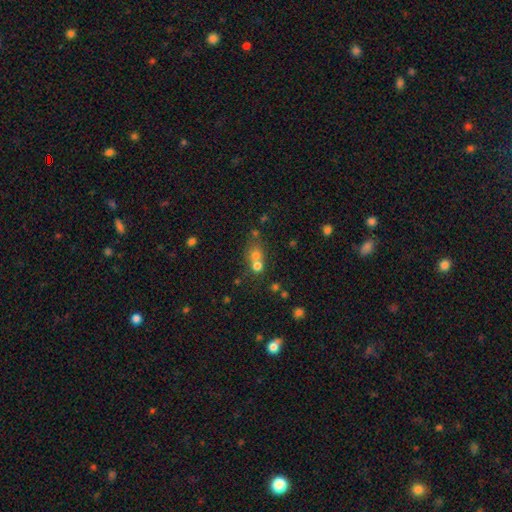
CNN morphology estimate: smooth-or-featured: smooth: 68% | star or artifact: 17% | featured or disk: 15%
  how-rounded: round: 72% | in between: 27% | cigar-shaped: 1%
  merging: merger: 55% | none: 34% | minor disturbance: 7% | major disturbance: 4%